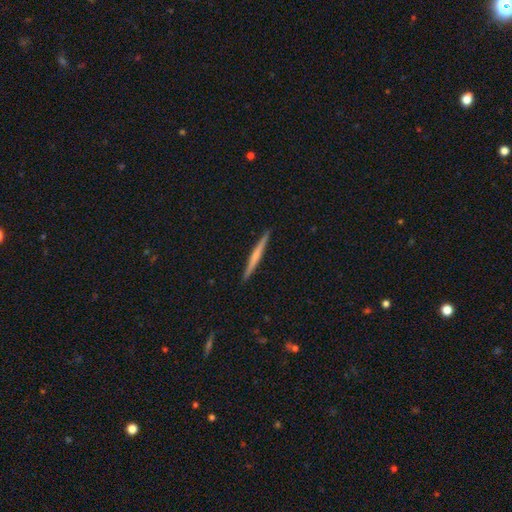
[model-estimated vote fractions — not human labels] A featured or disk galaxy (53%) viewed edge-on (98%) with no central bulge (57%). Merging: none (92%).